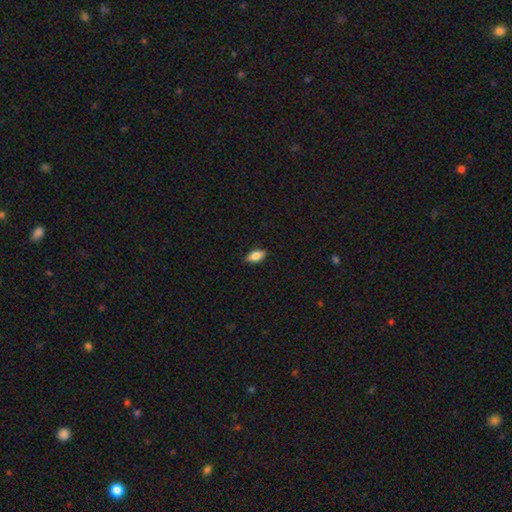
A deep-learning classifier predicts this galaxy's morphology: smooth_or_featured: smooth (p=0.80) [alt: featured or disk p=0.12]
how_rounded: in between (p=0.86) [alt: cigar-shaped p=0.10]
merging: none (p=0.87) [alt: minor disturbance p=0.10]